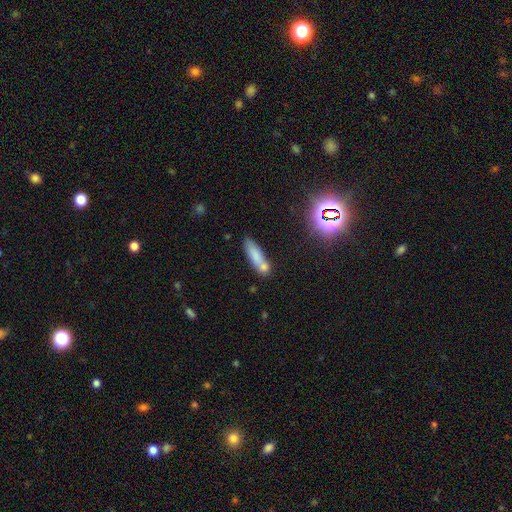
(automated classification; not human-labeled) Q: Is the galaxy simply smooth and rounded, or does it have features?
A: smooth — 76%.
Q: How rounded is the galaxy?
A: cigar-shaped — 65%.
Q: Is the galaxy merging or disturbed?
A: none — 54%.